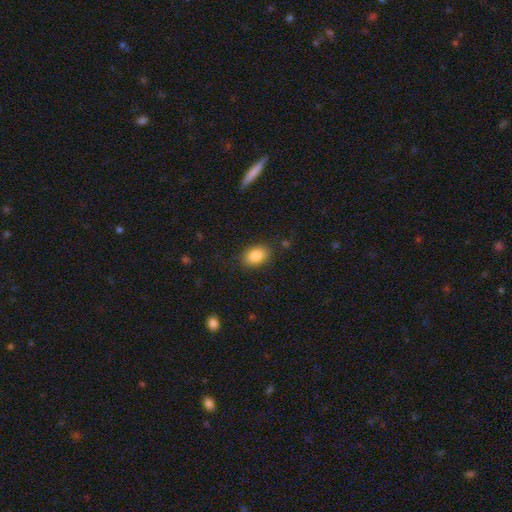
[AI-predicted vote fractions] smooth 86%, star or artifact 8%, featured or disk 6%. Down the decision tree: how rounded — in between (79%); merging — none (84%).